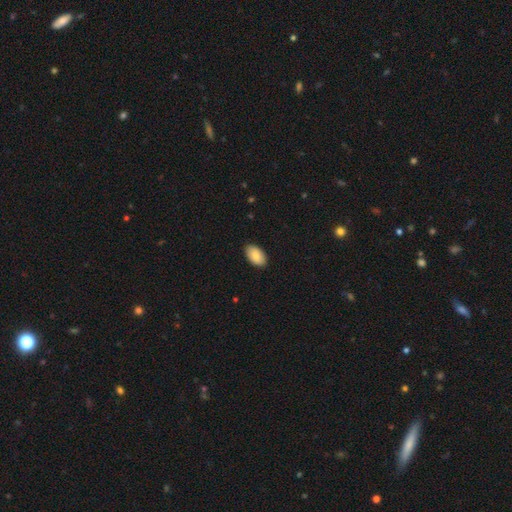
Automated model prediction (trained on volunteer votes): Overall: smooth (84%). How rounded: in between (94%). Merging: none (89%).